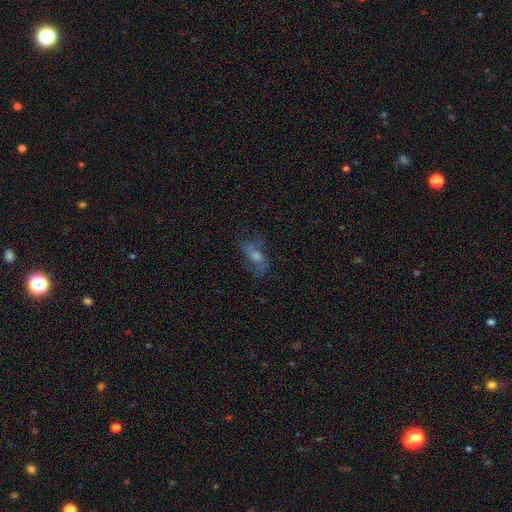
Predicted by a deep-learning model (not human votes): This is possibly a featured or disk galaxy (51%). It is clearly not viewed edge-on (87%). Merging: possibly none (58%).